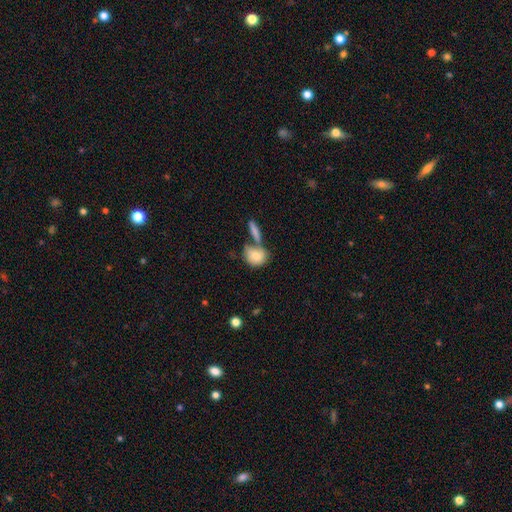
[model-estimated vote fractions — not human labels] Smooth or featured? Predicted: smooth (p=0.78). How rounded? Predicted: round (p=0.51). Merging? Predicted: merger (p=0.41).